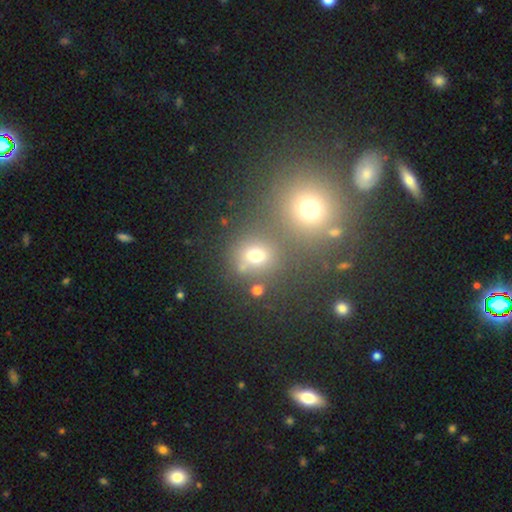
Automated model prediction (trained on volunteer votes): Smooth or featured? Predicted: smooth (p=0.65). How rounded? Predicted: round (p=0.74). Merging? Predicted: none (p=0.60).